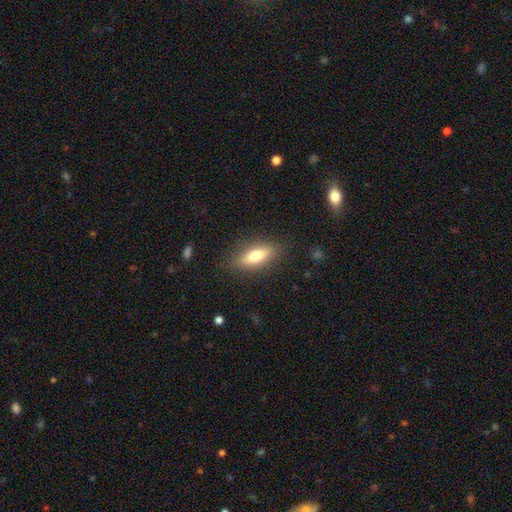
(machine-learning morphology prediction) Q: Smooth or featured?
A: smooth (72%); runner-up: featured or disk (21%)
Q: How rounded?
A: in between (65%); runner-up: cigar-shaped (32%)
Q: Merging?
A: none (84%); runner-up: minor disturbance (11%)